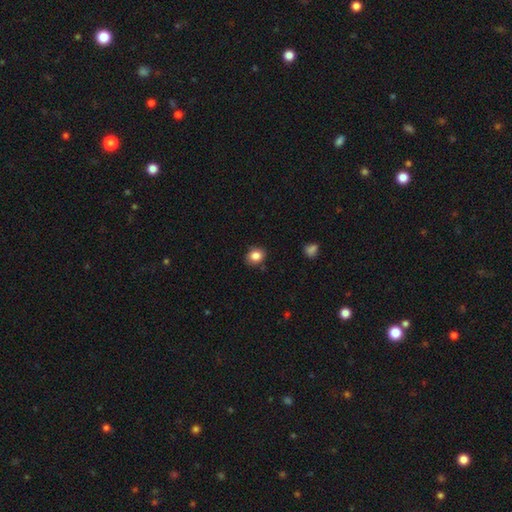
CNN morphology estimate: smooth 85%, star or artifact 10%, featured or disk 5%. Down the decision tree: how rounded — round (66%); merging — none (84%).